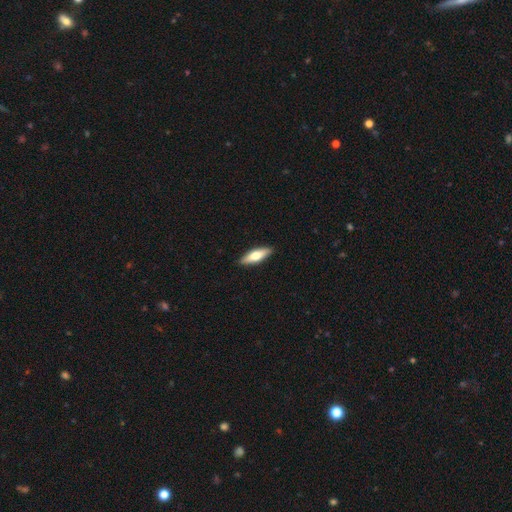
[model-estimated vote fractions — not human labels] Smooth or featured? Predicted: smooth (p=0.59). How rounded? Predicted: in between (p=0.49, tied with cigar-shaped). Merging? Predicted: none (p=0.90).